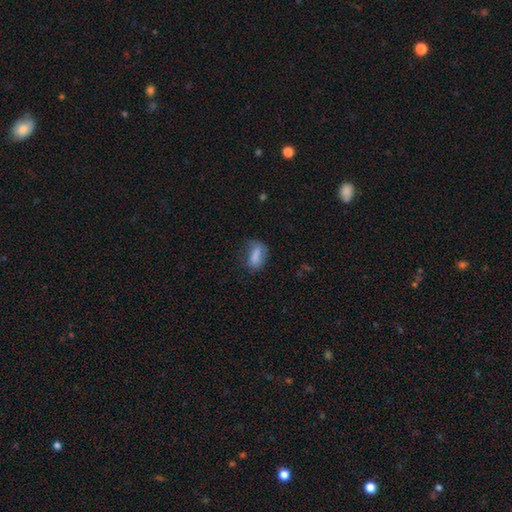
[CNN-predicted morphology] This appears to be a smooth galaxy with no disk features (77%) that is in between round and cigar-shaped (76%). Merging: none (54%).